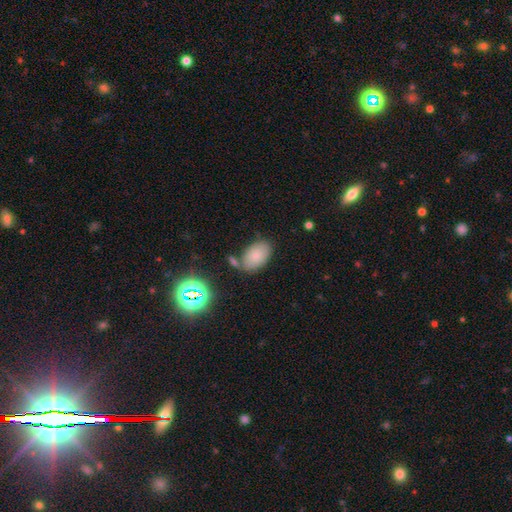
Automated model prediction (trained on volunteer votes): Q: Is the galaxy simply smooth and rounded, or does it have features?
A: smooth — 81%.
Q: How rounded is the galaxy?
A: in between — 92%.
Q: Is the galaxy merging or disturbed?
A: none — 70%.